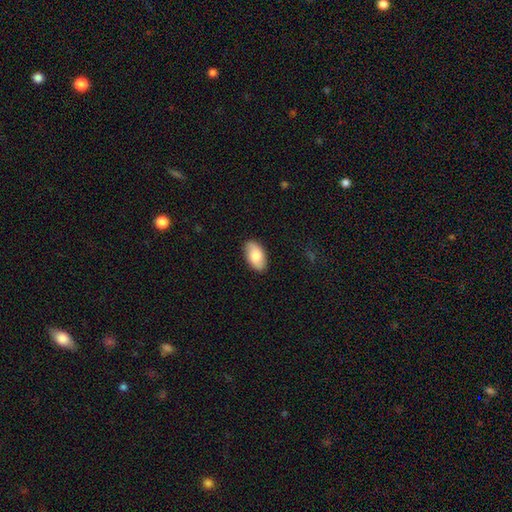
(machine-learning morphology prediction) This appears to be a smooth galaxy with no disk features (75%) that is in between round and cigar-shaped (95%). Merging: none (87%).